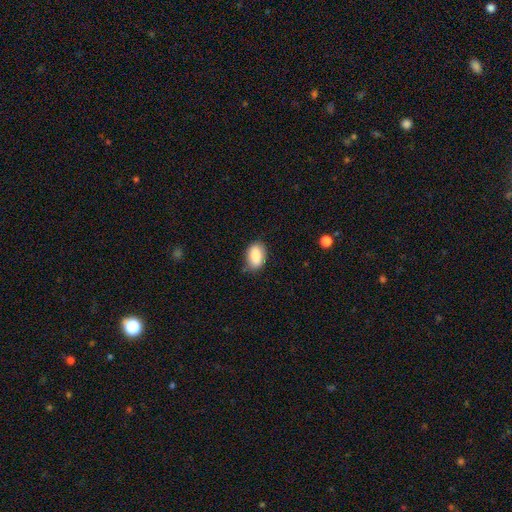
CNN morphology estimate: This appears to be a smooth galaxy with no disk features (86%) that is in between round and cigar-shaped (89%). Merging: none (79%).